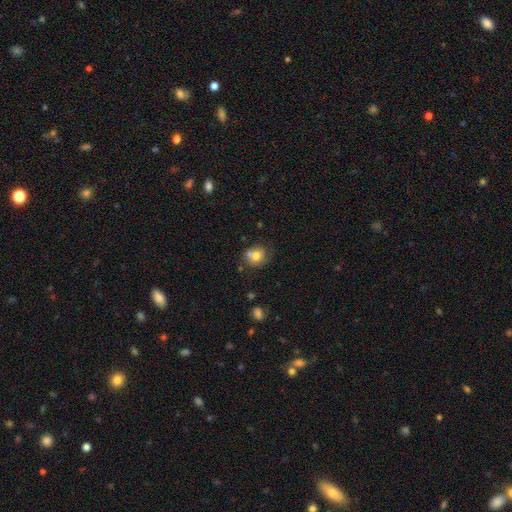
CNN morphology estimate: A smooth galaxy with no disk features (73%) that is round (75%). Merging: none (51%).